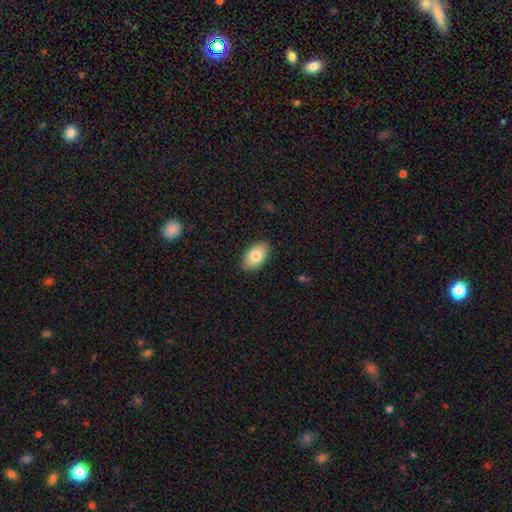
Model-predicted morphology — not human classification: smooth 80%, featured or disk 13%, star or artifact 7%. Down the decision tree: how rounded — in between (93%); merging — none (88%).